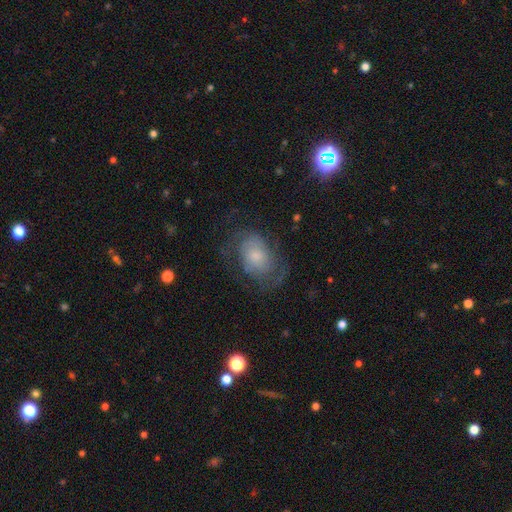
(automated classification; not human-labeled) A featured or disk galaxy (54%) with no bar (76%), spiral arms (76%) and a moderate central bulge (40%). Merging: none (57%).